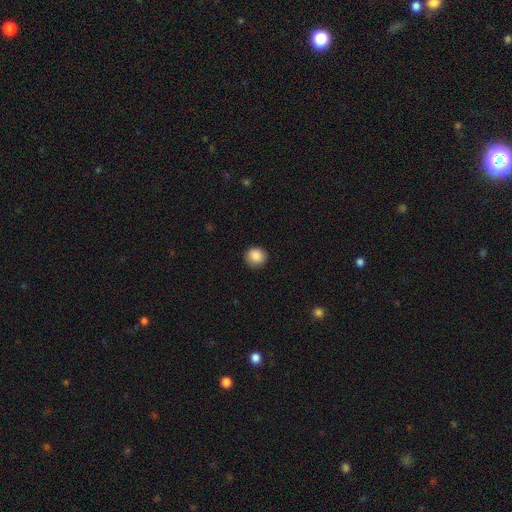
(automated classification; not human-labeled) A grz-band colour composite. It shows a smooth galaxy with no disk features (88%) that is round (92%). Merging: none (90%).